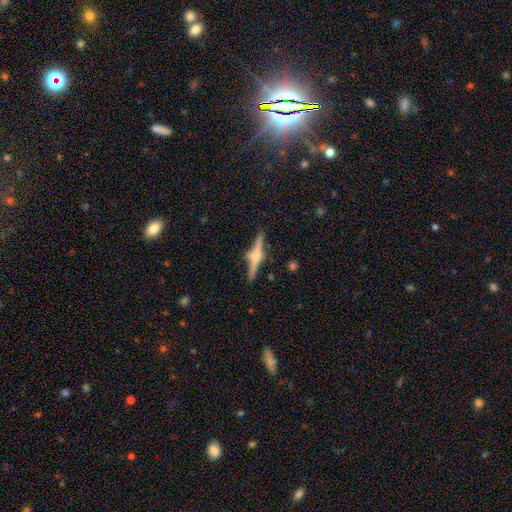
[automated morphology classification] A featured or disk galaxy (65%) viewed edge-on (97%) with a rounded central bulge (74%).

Vote fractions:
- Smooth or featured? featured or disk: 65% / smooth: 27% / star or artifact: 8%
- Edge-on disk? yes: 97% / no: 3%
- Edge-on bulge? rounded: 74% / boxy: 14% / none: 11%
- Merging? none: 79% / minor disturbance: 12% / merger: 5% / major disturbance: 4%